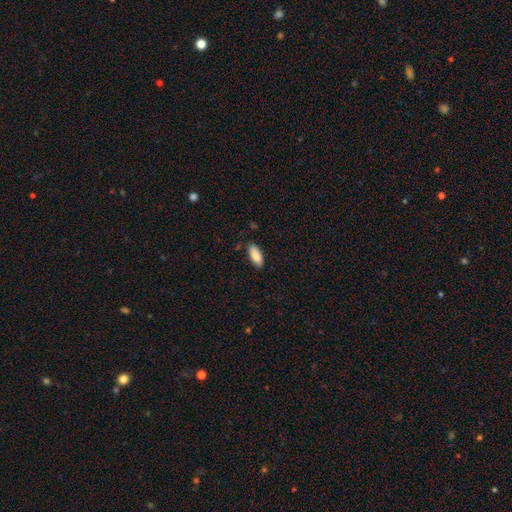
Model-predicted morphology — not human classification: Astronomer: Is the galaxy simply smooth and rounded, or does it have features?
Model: smooth — 87%.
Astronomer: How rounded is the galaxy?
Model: in between — 84%.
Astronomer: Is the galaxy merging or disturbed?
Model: none — 85%.